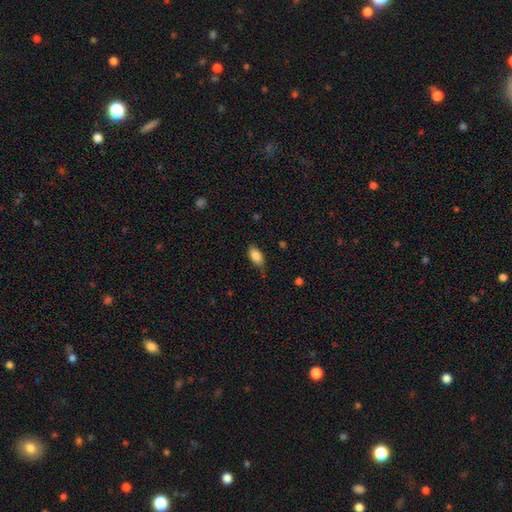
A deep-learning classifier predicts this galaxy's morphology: A smooth galaxy with no disk features (84%) that is in between round and cigar-shaped (89%). Merging: none (63%).